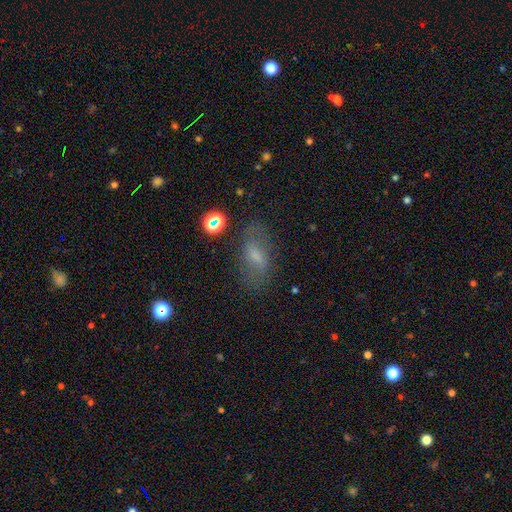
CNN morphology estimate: Smooth or featured: smooth — 52% (featured or disk — 34%)
How rounded: in between — 82% (cigar-shaped — 11%)
Merging: none — 72% (minor disturbance — 17%)